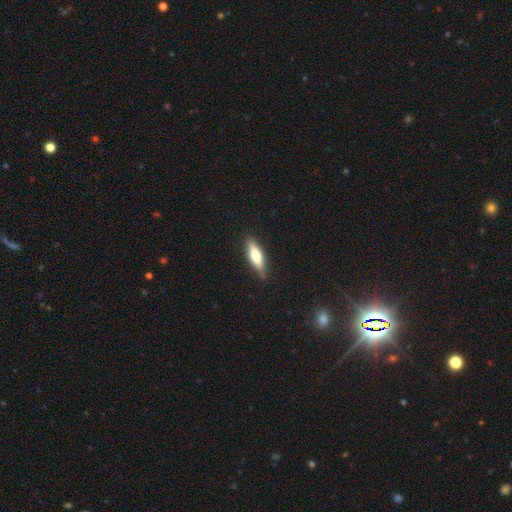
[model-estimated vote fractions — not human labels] This appears to be a smooth galaxy with no disk features (55%) that is cigar-shaped (56%). Merging: none (86%).